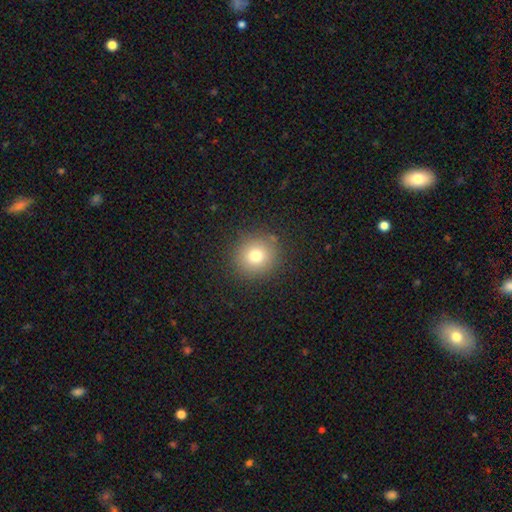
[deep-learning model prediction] smooth 76%, star or artifact 14%, featured or disk 10%. Down the decision tree: how rounded — round (91%); merging — none (88%).